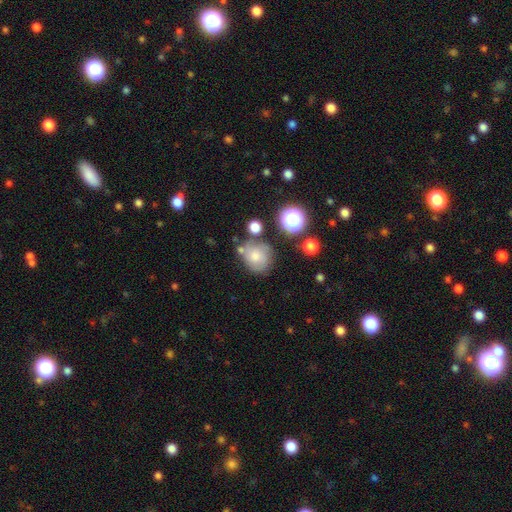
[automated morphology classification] Smooth or featured: smooth — 63% (featured or disk — 24%)
How rounded: round — 80% (in between — 19%)
Merging: none — 56% (minor disturbance — 22%)